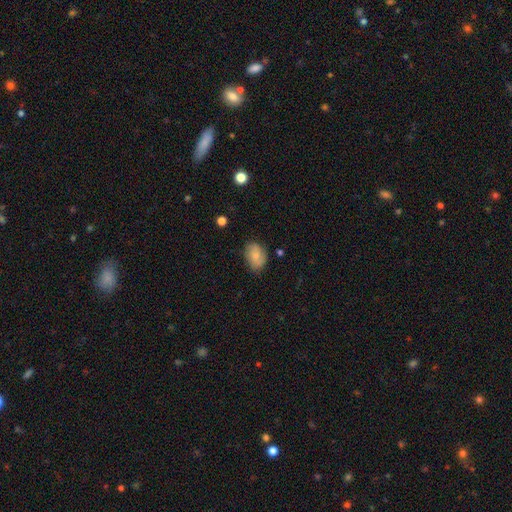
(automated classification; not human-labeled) smooth-or-featured: smooth: 76% | featured or disk: 17% | star or artifact: 8%
  how-rounded: in between: 80% | round: 18% | cigar-shaped: 1%
  merging: none: 73% | minor disturbance: 21% | major disturbance: 4% | merger: 2%